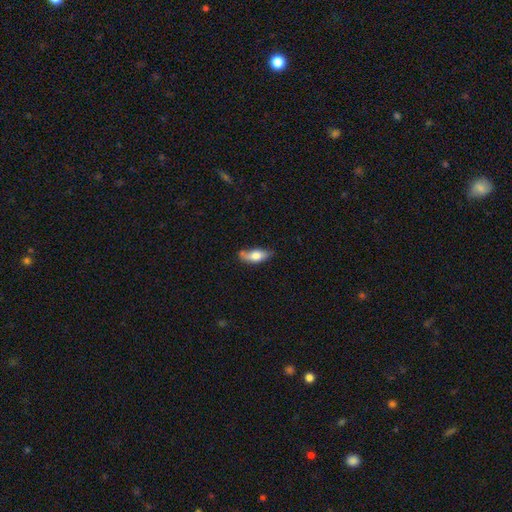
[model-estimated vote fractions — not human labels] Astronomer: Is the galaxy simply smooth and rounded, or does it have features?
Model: smooth — 70%.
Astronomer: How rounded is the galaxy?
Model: in between — 77%.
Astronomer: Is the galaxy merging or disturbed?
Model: none — 53% (runner-up: minor disturbance, 31%).